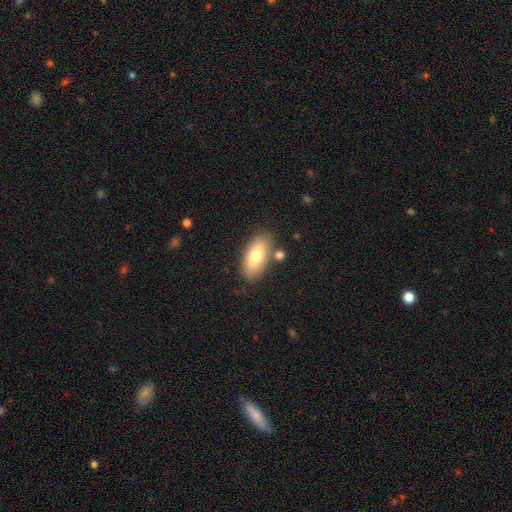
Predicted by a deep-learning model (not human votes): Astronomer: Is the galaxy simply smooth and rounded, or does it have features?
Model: smooth — 74%.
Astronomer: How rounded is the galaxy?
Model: in between — 89%.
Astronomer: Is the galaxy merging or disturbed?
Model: none — 77%.